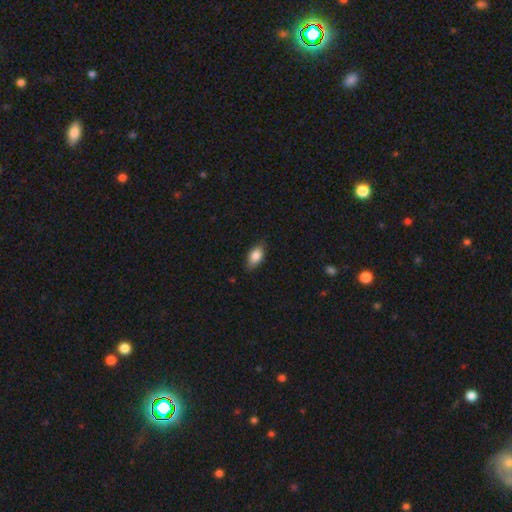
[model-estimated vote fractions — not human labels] The model was most divided on "merging": none: 80%, minor disturbance: 16%, major disturbance: 3%, merger: 1%. More confident: how rounded — in between (89%); smooth or featured — smooth (83%).